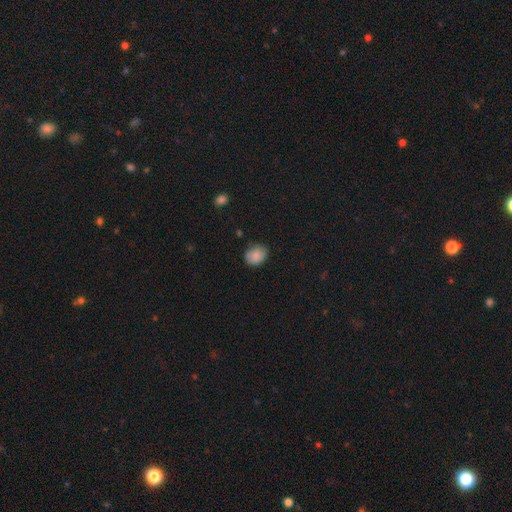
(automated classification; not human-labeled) This is clearly a smooth galaxy (85%). How rounded: possibly in between (54%). Merging: likely none (72%).